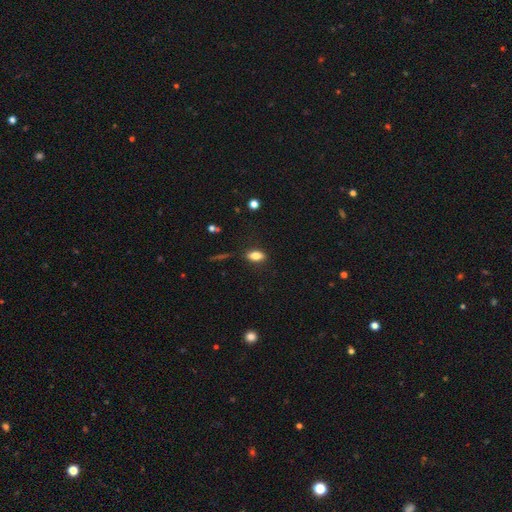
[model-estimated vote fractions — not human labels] Overall: smooth (79%). How rounded: in between (83%). Merging: none (85%).